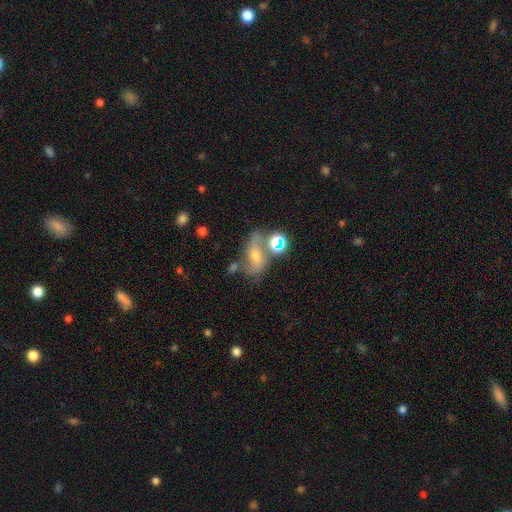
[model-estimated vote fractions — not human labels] Q: Smooth or featured?
A: featured or disk (54%); runner-up: smooth (31%)
Q: Edge-on disk?
A: no (92%); runner-up: yes (8%)
Q: Merging?
A: none (47%); runner-up: merger (21%)